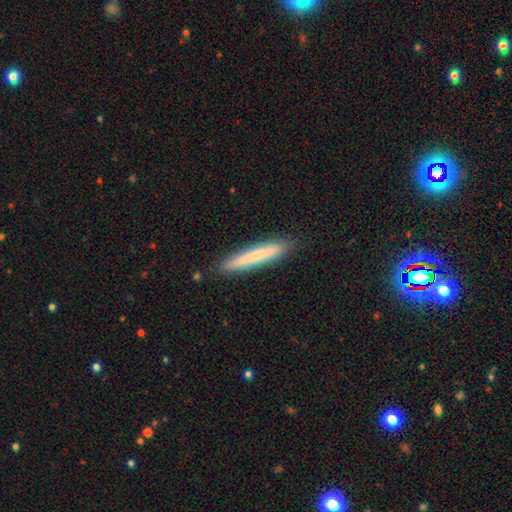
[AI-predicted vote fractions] Morphology: type=smooth (69%); roundness=cigar-shaped (95%); merging=none (90%).